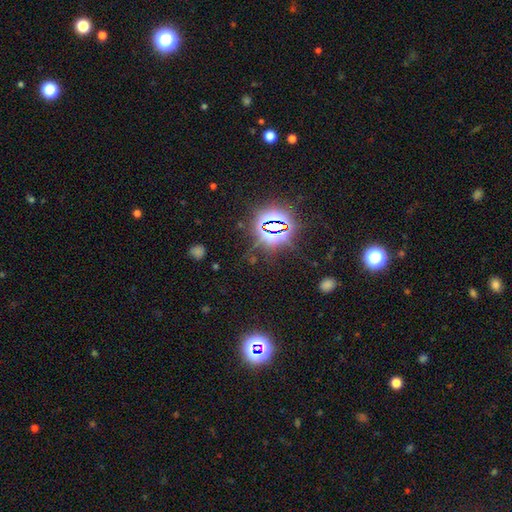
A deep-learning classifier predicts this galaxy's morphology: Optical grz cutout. It shows a star or artifact, not a galaxy (81%).